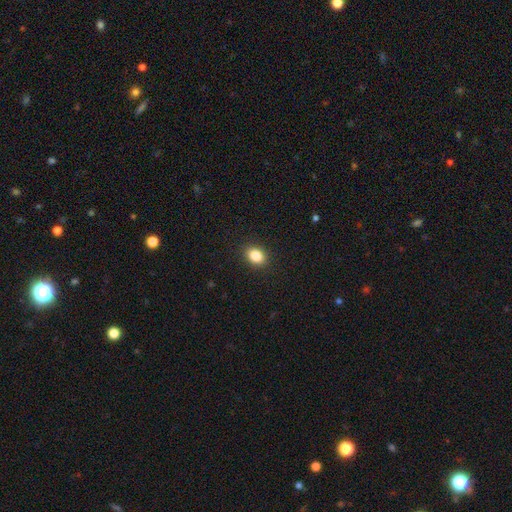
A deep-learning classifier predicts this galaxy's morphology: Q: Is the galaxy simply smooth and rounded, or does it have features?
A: smooth — 86%.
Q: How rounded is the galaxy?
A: in between — 64%.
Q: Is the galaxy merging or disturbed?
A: none — 90%.